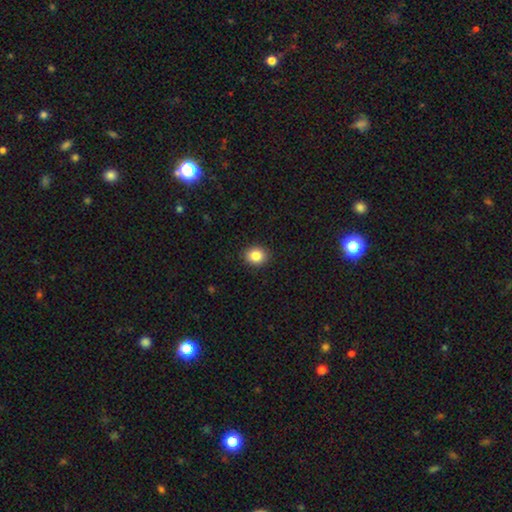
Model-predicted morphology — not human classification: A smooth galaxy with no disk features (85%) that is round (68%).

Vote fractions:
- Smooth or featured? smooth: 85% / star or artifact: 10% / featured or disk: 6%
- How rounded? round: 68% / in between: 31% / cigar-shaped: 1%
- Merging? none: 91% / minor disturbance: 6% / major disturbance: 2% / merger: 1%